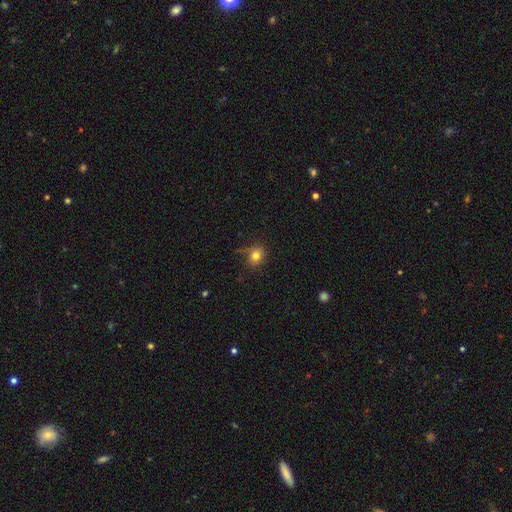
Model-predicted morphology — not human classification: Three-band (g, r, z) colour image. It shows a smooth galaxy with no disk features (79%) that is round (69%). Merging: none (70%).